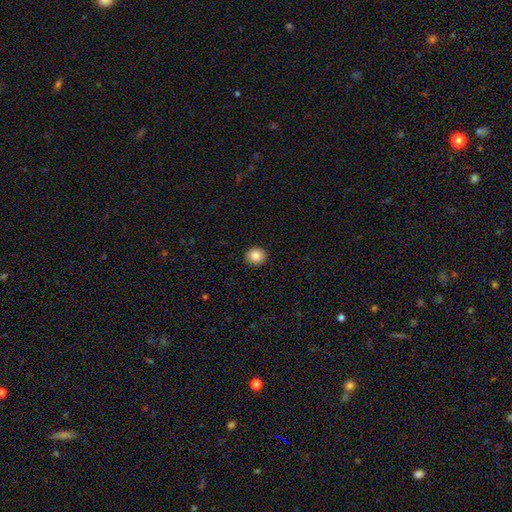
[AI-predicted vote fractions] A smooth galaxy with no disk features (87%) that is round (85%).

Vote fractions:
- Smooth or featured? smooth: 87% / star or artifact: 9% / featured or disk: 4%
- How rounded? round: 85% / in between: 14% / cigar-shaped: 1%
- Merging? none: 91% / minor disturbance: 6% / major disturbance: 2% / merger: 1%